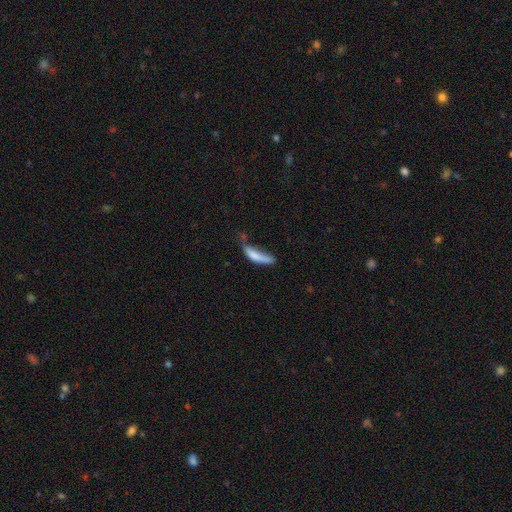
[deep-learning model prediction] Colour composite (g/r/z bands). It shows a smooth galaxy with no disk features (72%) that is cigar-shaped (72%). Merging: minor disturbance (31%).